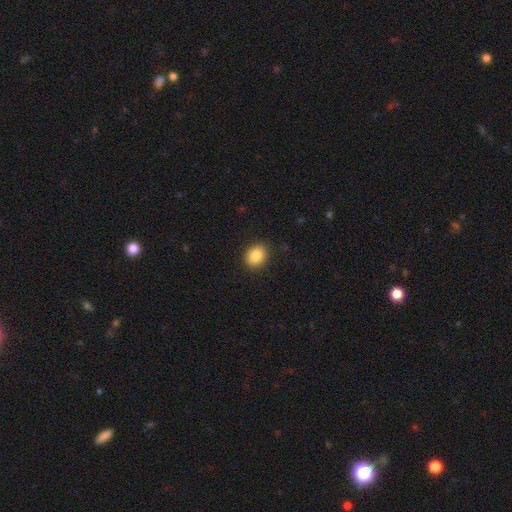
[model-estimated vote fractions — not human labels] Overall: smooth (86%). How rounded: round (54%; in between 45%). Merging: none (89%).